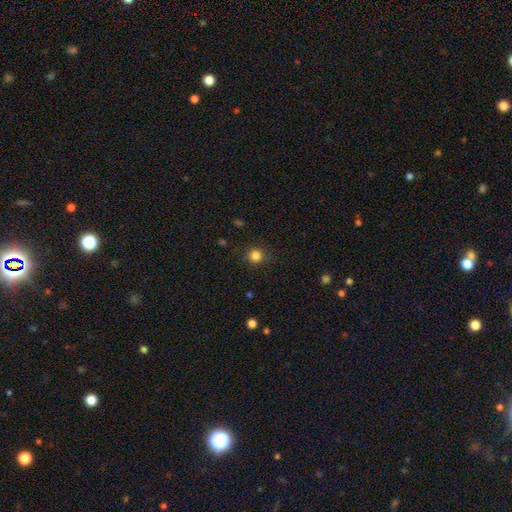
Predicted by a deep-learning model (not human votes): A smooth galaxy with no disk features (84%) that is round (92%). Merging: none (89%).